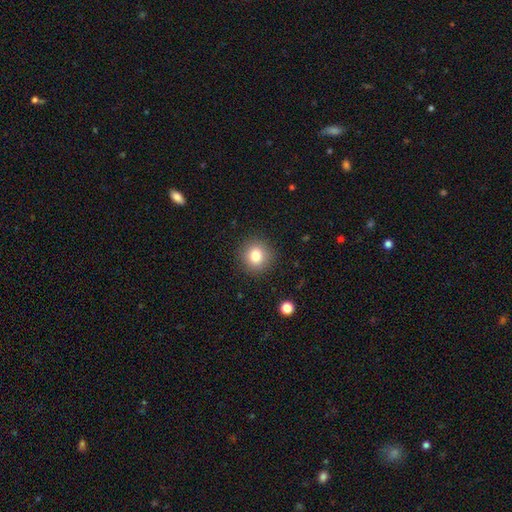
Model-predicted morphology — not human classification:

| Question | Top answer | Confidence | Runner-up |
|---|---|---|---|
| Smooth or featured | smooth | 81% | star or artifact (11%) |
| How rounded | round | 91% | in between (8%) |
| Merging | none | 90% | minor disturbance (7%) |